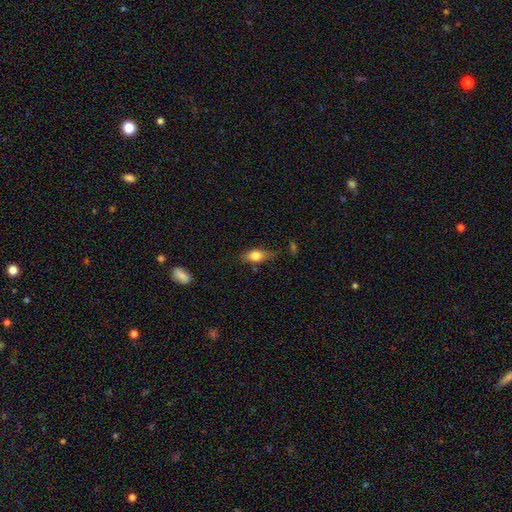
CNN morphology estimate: A smooth galaxy with no disk features (75%) that is in between round and cigar-shaped (77%).

Vote fractions:
- Smooth or featured? smooth: 75% / featured or disk: 16% / star or artifact: 8%
- How rounded? in between: 77% / cigar-shaped: 12% / round: 11%
- Merging? none: 63% / minor disturbance: 26% / major disturbance: 7% / merger: 4%